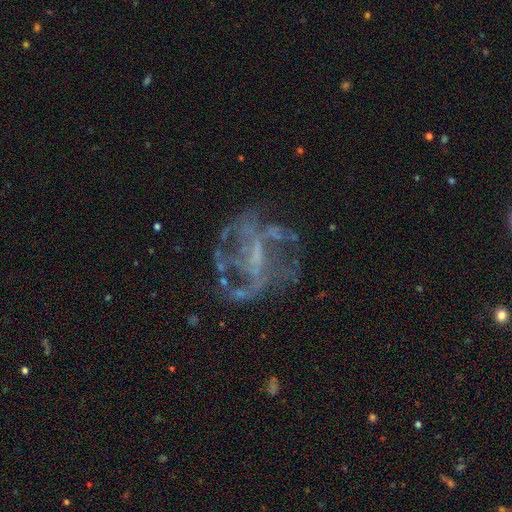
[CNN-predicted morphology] This is likely a featured or disk galaxy (75%). It is clearly not viewed edge-on (96%). Bar: marginally no (39%). Spiral arm pattern: possibly yes (55%). Central bulge: possibly none (47%). Merging: possibly none (55%).